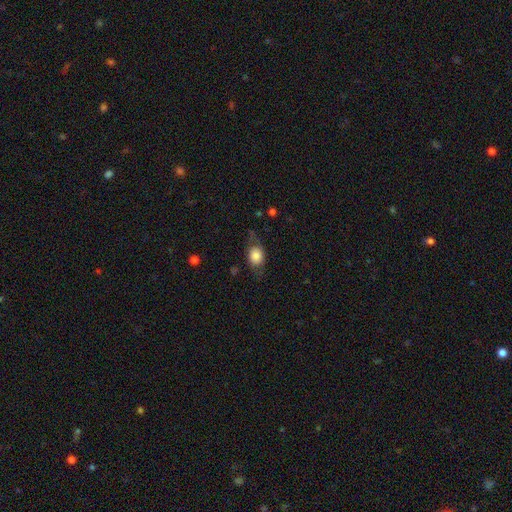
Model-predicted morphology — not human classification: Smooth or featured?
  - smooth: 73% *
  - featured or disk: 18%
  - star or artifact: 8%
How rounded?
  - in between: 54% *
  - round: 44%
  - cigar-shaped: 2%
Merging?
  - none: 64% *
  - minor disturbance: 22%
  - major disturbance: 12%
  - merger: 2%